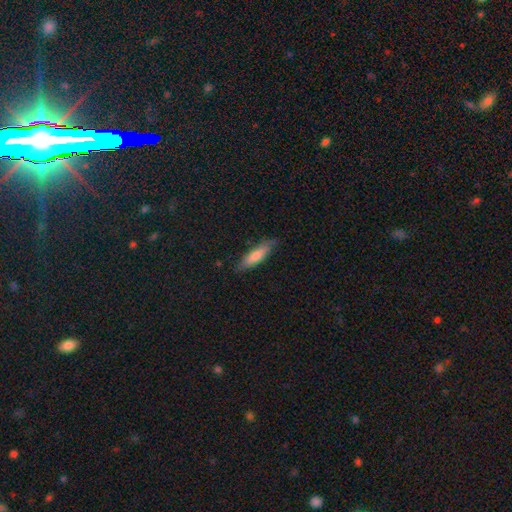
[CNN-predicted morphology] The model was most divided on "how rounded": cigar-shaped: 64%, in between: 34%, round: 1%. More confident: merging — none (76%); smooth or featured — smooth (75%).